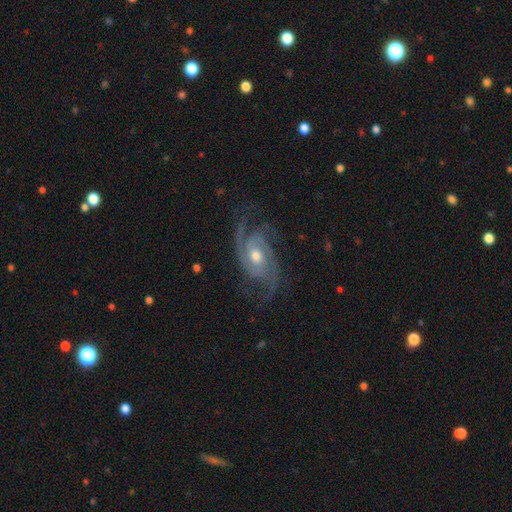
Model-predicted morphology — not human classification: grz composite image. It shows a featured or disk galaxy (92%) with no bar (60%), 2 (45%) medium (47%) spiral arms (98%) and a moderate central bulge (69%). Merging: none (75%).